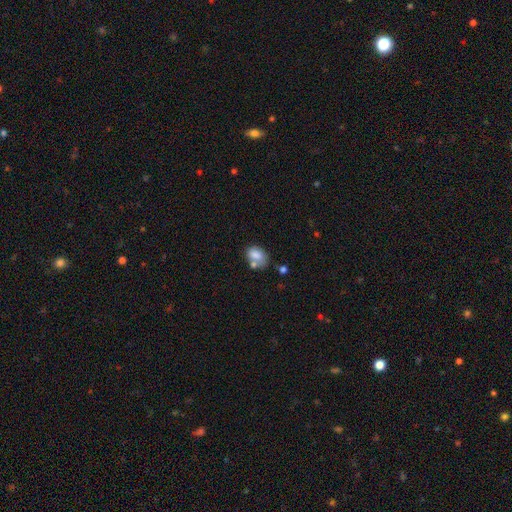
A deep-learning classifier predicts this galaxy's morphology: Smooth or featured: smooth — 77% (featured or disk — 14%)
How rounded: in between — 77% (round — 22%)
Merging: none — 41% (merger — 30%)